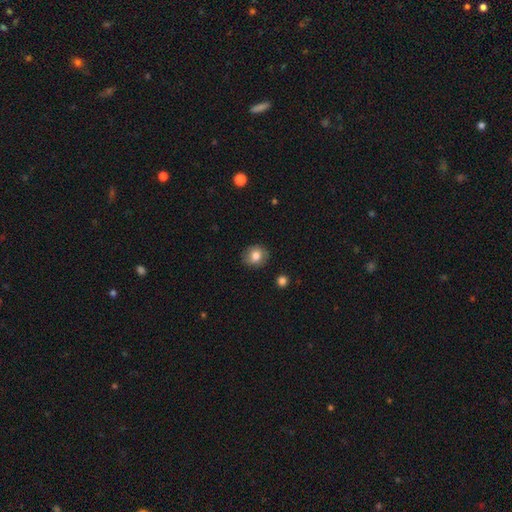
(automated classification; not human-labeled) Smooth or featured? smooth (81%)
How rounded? round (77%)
Merging? none (85%)